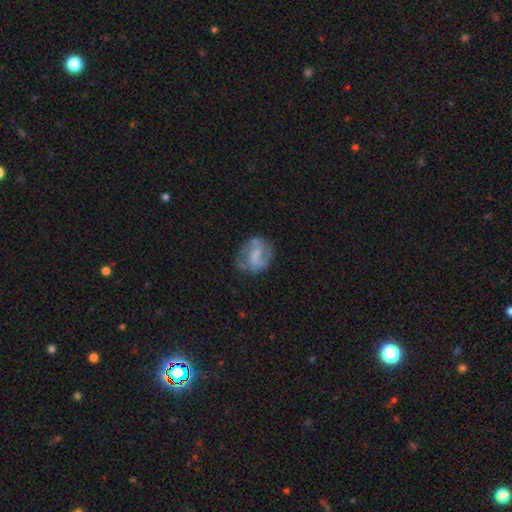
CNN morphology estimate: smooth-or-featured: featured or disk: 64% | smooth: 28% | star or artifact: 8%
  disk-edge-on: no: 98% | yes: 2%
    bar: weak: 46% | no: 34% | strong: 20%
    has-spiral-arms: yes: 79% | no: 21%
    bulge-size: none: 40% | small: 29% | moderate: 23% | large: 6% | dominant: 1%
  merging: none: 61% | minor disturbance: 22% | major disturbance: 13% | merger: 4%